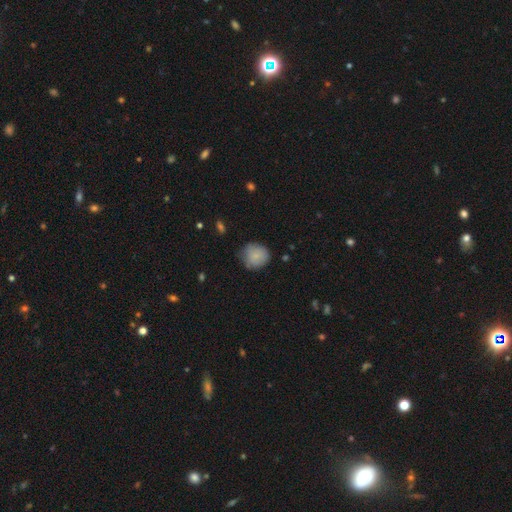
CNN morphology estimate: smooth_or_featured: smooth (p=0.82) [alt: featured or disk p=0.11]
how_rounded: round (p=0.82) [alt: in between p=0.17]
merging: none (p=0.64) [alt: minor disturbance p=0.29]